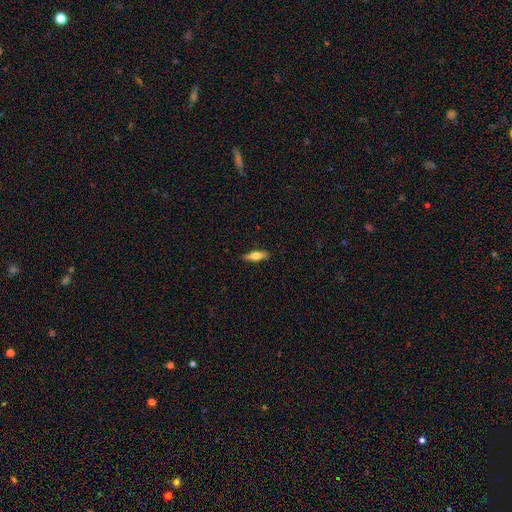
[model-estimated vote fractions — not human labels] Smooth or featured?
  - smooth: 59% *
  - featured or disk: 35%
  - star or artifact: 6%
How rounded?
  - cigar-shaped: 58% *
  - in between: 39%
  - round: 2%
Merging?
  - none: 87% *
  - minor disturbance: 10%
  - major disturbance: 2%
  - merger: 1%